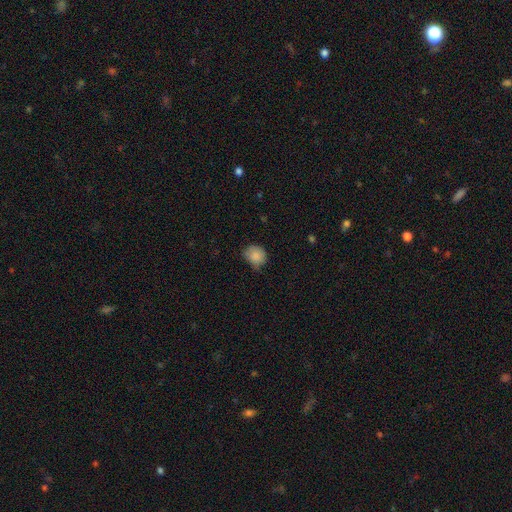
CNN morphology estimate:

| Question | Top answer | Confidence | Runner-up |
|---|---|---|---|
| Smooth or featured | smooth | 86% | star or artifact (9%) |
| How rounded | round | 68% | in between (31%) |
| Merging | none | 59% | minor disturbance (33%) |